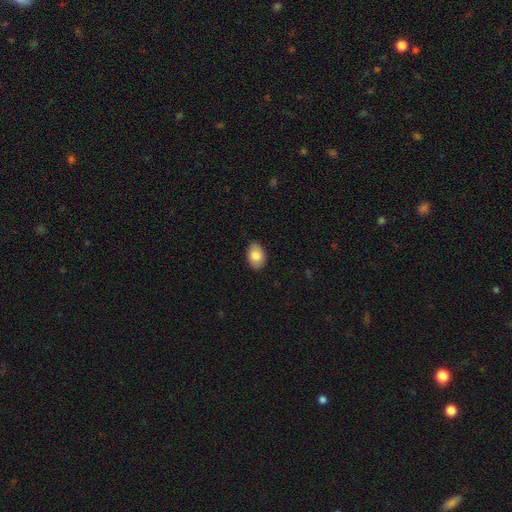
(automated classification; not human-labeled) Overall: smooth (83%). How rounded: in between (86%). Merging: none (88%).